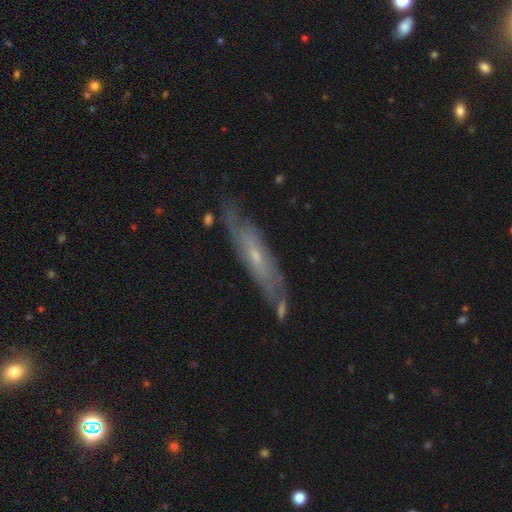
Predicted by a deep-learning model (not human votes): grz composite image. It shows a featured or disk galaxy (68%). Merging: none (71%).